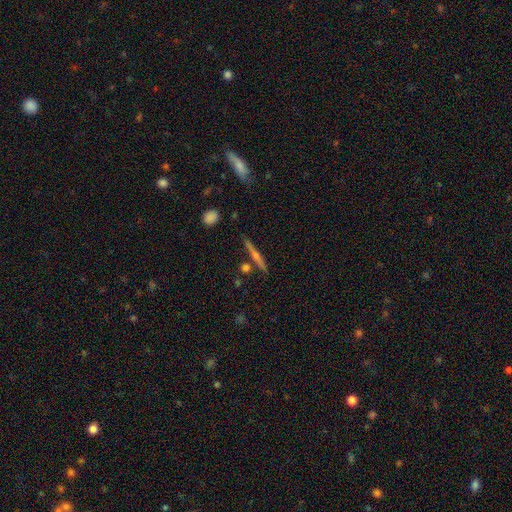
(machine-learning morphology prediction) The model was most divided on "smooth or featured": featured or disk: 67%, smooth: 25%, star or artifact: 8%. More confident: edge-on disk — yes (97%); merging — none (84%); edge-on bulge — rounded (77%).